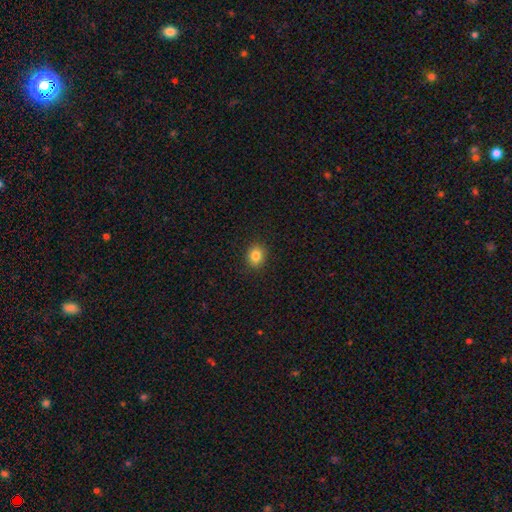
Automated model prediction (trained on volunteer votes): Smooth or featured? Predicted: smooth (p=0.84). How rounded? Predicted: round (p=0.69). Merging? Predicted: none (p=0.91).